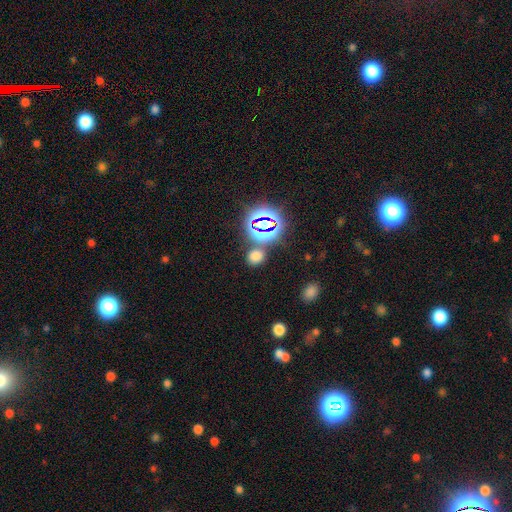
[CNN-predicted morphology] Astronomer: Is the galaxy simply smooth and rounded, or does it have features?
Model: smooth — 63%.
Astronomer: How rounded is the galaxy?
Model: round — 67%.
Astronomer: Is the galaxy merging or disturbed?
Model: none — 78%.